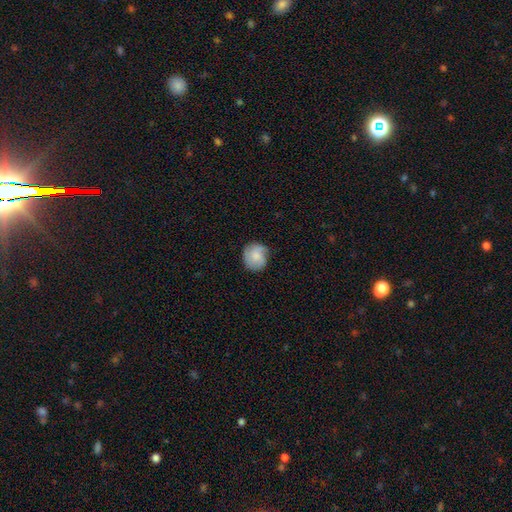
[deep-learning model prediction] Overall: smooth (70%). How rounded: round (84%). Merging: none (69%).